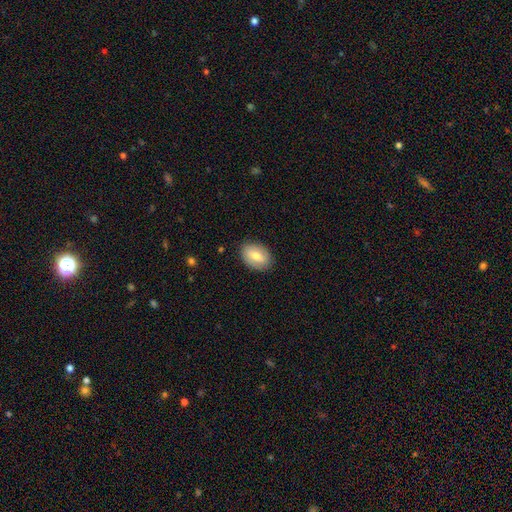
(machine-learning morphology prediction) smooth_or_featured: smooth (p=0.68) [alt: featured or disk p=0.25]
how_rounded: in between (p=0.80) [alt: round p=0.19]
merging: none (p=0.86) [alt: minor disturbance p=0.11]